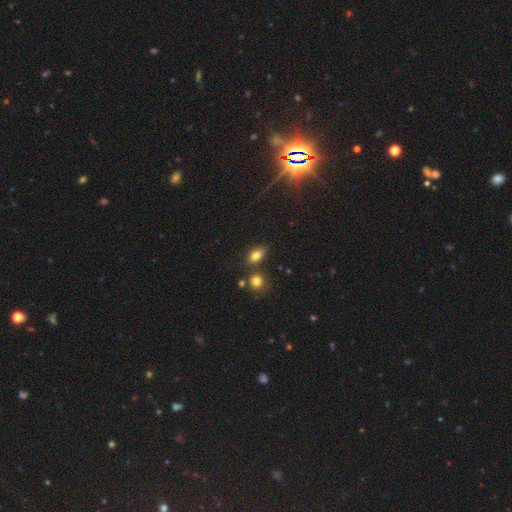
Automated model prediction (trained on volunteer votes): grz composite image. It shows a smooth galaxy with no disk features (77%) that is in between round and cigar-shaped (81%). Merging: none (74%).